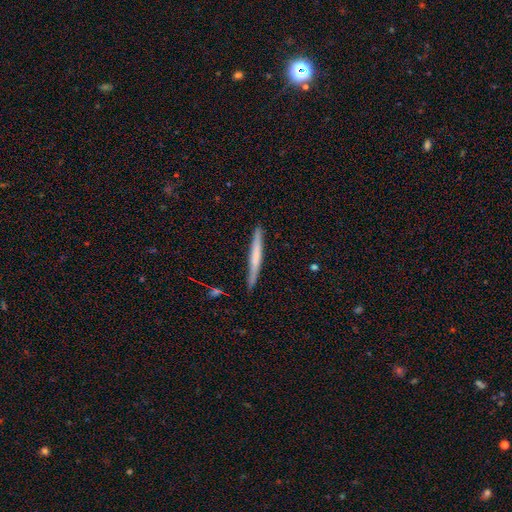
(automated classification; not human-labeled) smooth 54%, featured or disk 40%, star or artifact 6%. Down the decision tree: how rounded — cigar-shaped (96%); merging — none (87%).